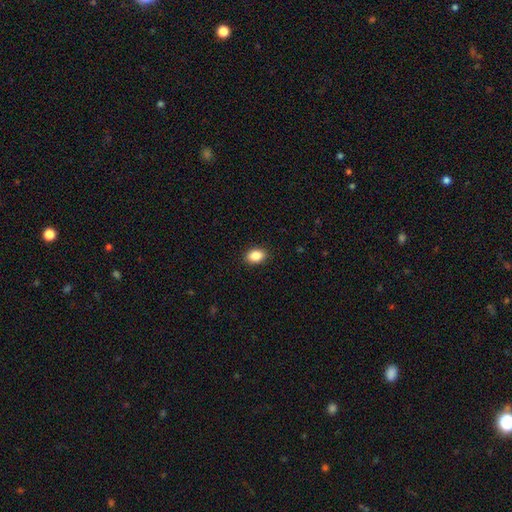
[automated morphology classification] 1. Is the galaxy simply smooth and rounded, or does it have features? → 88% smooth, 8% star or artifact, 4% featured or disk.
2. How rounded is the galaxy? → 81% in between, 18% round, 1% cigar-shaped.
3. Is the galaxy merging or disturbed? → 91% none, 7% minor disturbance, 2% major disturbance, 1% merger.